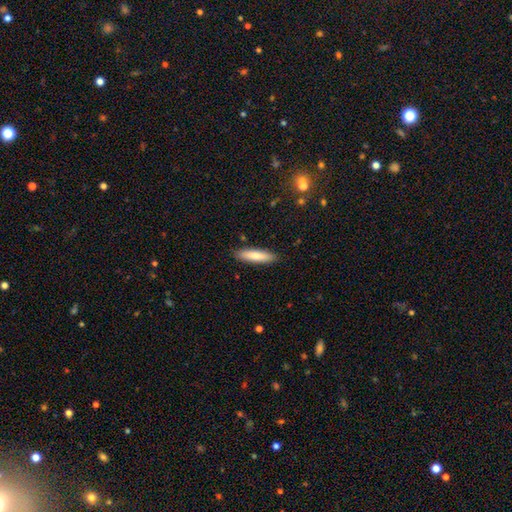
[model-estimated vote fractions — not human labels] smooth_or_featured: smooth (p=0.80) [alt: featured or disk p=0.14]
how_rounded: cigar-shaped (p=0.72) [alt: in between p=0.26]
merging: none (p=0.88) [alt: minor disturbance p=0.09]